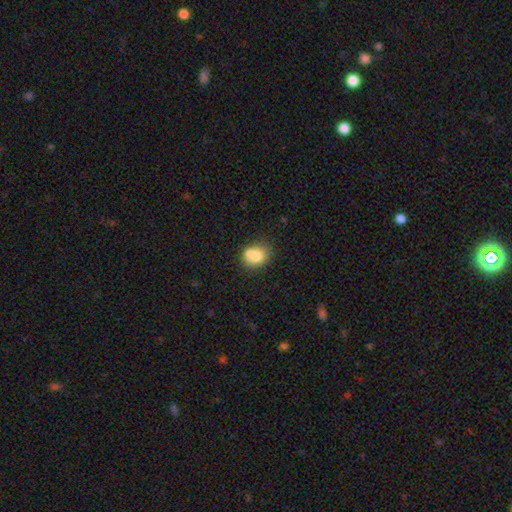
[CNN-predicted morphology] A smooth galaxy with no disk features (76%) that is round (56%). Merging: none (49%).